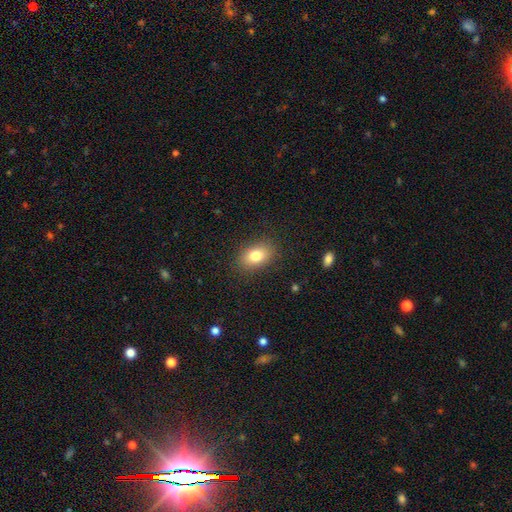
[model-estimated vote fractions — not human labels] The model was most divided on "how rounded": in between: 81%, round: 17%, cigar-shaped: 2%. More confident: merging — none (86%); smooth or featured — smooth (79%).